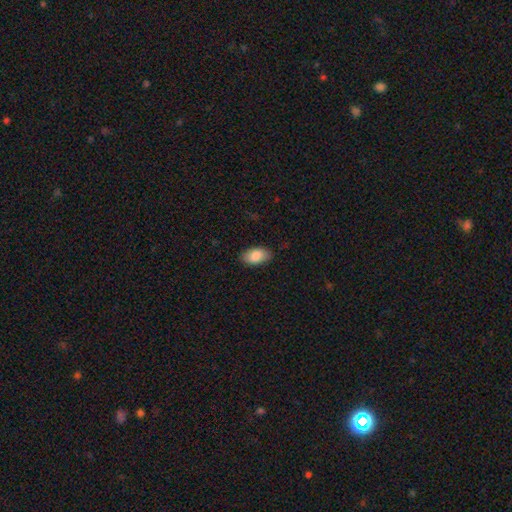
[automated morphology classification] smooth-or-featured: smooth: 86% | featured or disk: 7% | star or artifact: 7%
  how-rounded: in between: 94% | round: 4% | cigar-shaped: 2%
  merging: none: 84% | minor disturbance: 12% | major disturbance: 3% | merger: 1%